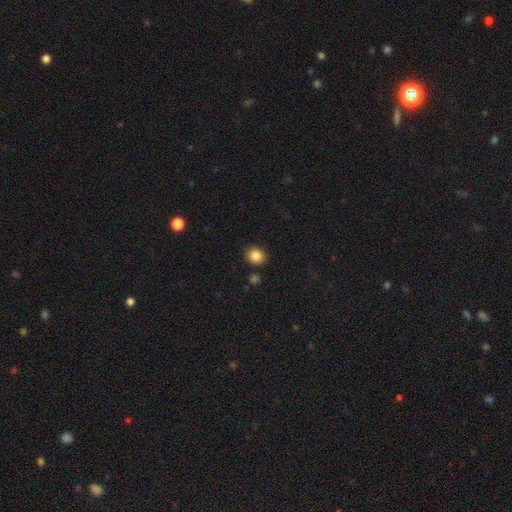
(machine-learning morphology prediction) Q: Smooth or featured?
A: smooth (85%); runner-up: star or artifact (10%)
Q: How rounded?
A: round (73%); runner-up: in between (26%)
Q: Merging?
A: none (87%); runner-up: minor disturbance (8%)